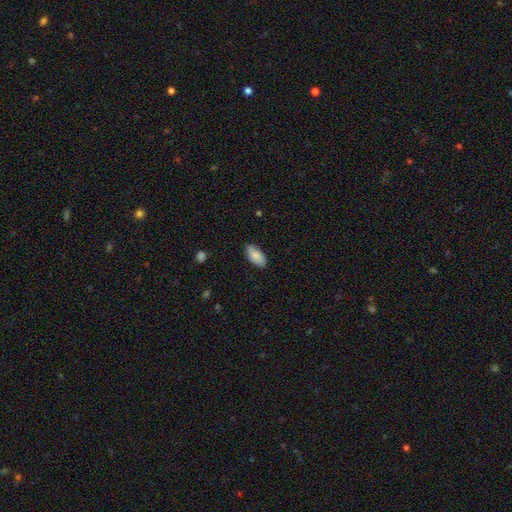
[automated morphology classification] Smooth or featured: smooth — 80% (featured or disk — 13%)
How rounded: in between — 93% (cigar-shaped — 5%)
Merging: none — 76% (minor disturbance — 19%)